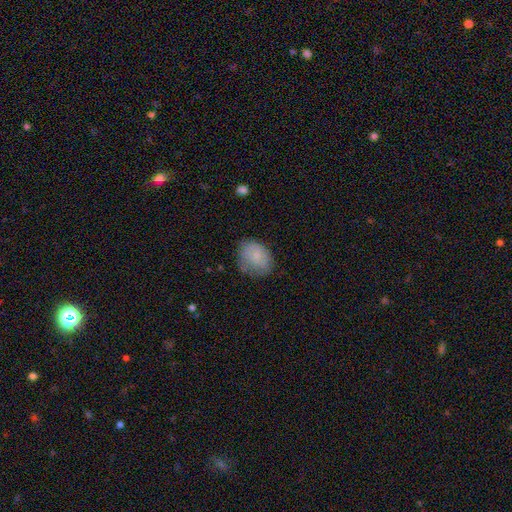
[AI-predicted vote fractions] Smooth or featured? smooth (76%)
How rounded? in between (62%)
Merging? none (61%)